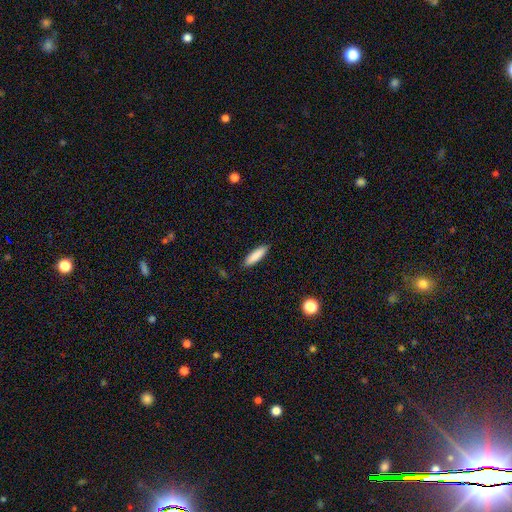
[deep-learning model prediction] Smooth or featured? smooth (87%)
How rounded? cigar-shaped (67%)
Merging? none (89%)